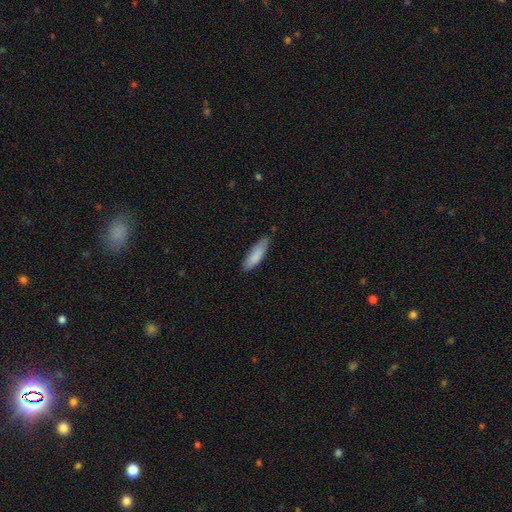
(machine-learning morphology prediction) type=smooth (86%); roundness=cigar-shaped (54%); merging=none (72%).